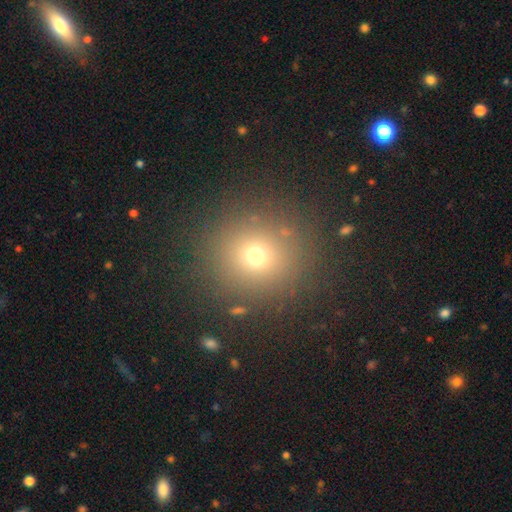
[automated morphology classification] type=smooth (69%); roundness=round (93%); merging=none (86%).